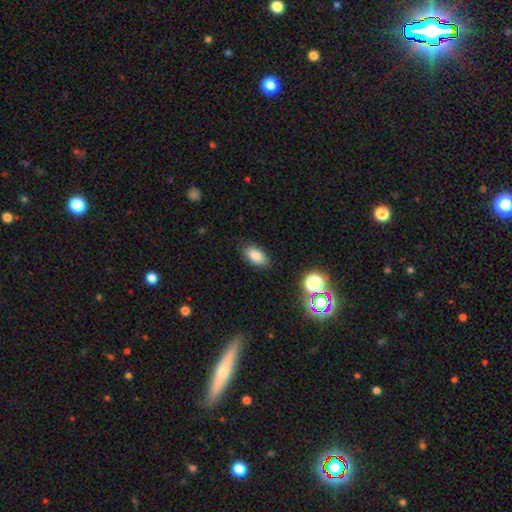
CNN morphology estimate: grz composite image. It shows a smooth galaxy with no disk features (85%) that is in between round and cigar-shaped (91%). Merging: none (85%).